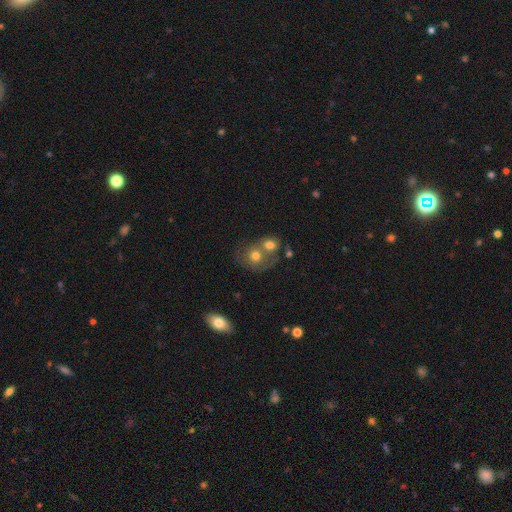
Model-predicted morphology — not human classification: Smooth or featured: smooth — 65% (featured or disk — 25%)
How rounded: round — 70% (in between — 29%)
Merging: merger — 57% (none — 29%)